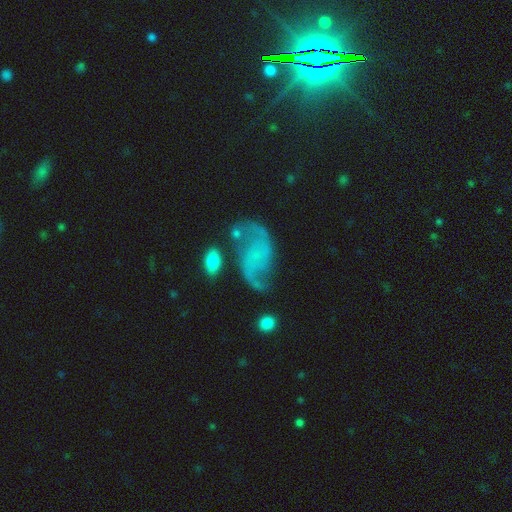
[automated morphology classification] smooth_or_featured: featured or disk (p=0.78) [alt: smooth p=0.12]
disk_edge_on: no (p=0.97) [alt: yes p=0.03]
bar: no (p=0.62) [alt: weak p=0.30]
has_spiral_arms: yes (p=0.93) [alt: no p=0.07]
spiral_winding: loose (p=0.64) [alt: medium p=0.28]
spiral_arm_count: 2 (p=0.91) [alt: can't tell p=0.03]
bulge_size: none (p=0.59) [alt: small p=0.31]
merging: none (p=0.56) [alt: minor disturbance p=0.20]